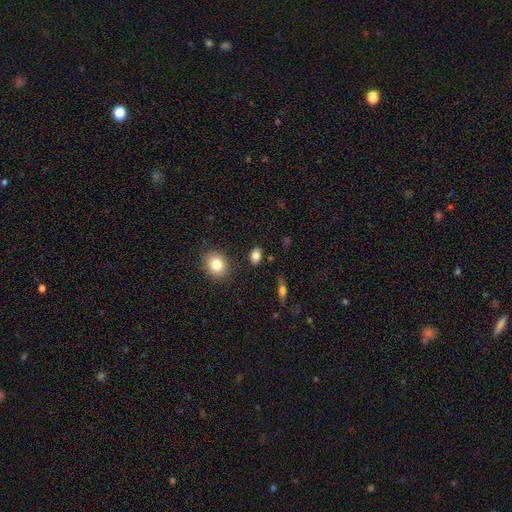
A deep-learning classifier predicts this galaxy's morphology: The model was most divided on "how rounded": in between: 74%, round: 24%, cigar-shaped: 2%. More confident: merging — none (86%); smooth or featured — smooth (84%).